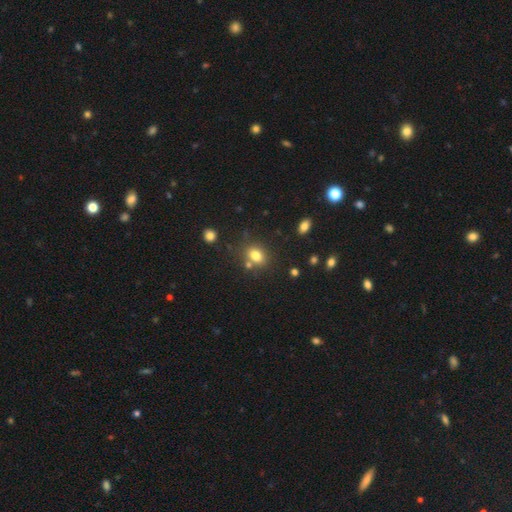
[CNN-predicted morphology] smooth 80%, star or artifact 12%, featured or disk 8%. Down the decision tree: how rounded — in between (59%); merging — none (70%).